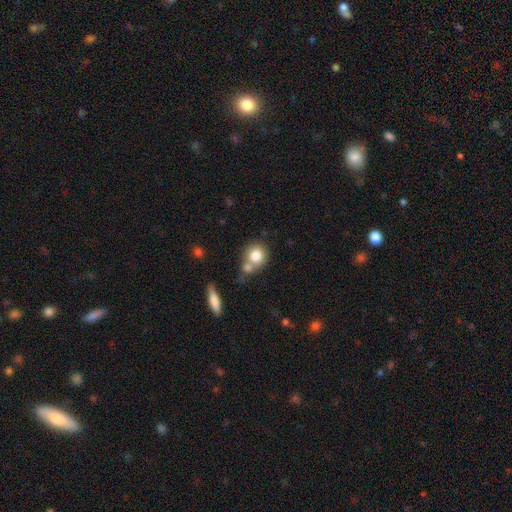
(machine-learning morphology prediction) Smooth or featured? Predicted: smooth (p=0.79). How rounded? Predicted: round (p=0.82). Merging? Predicted: none (p=0.46).